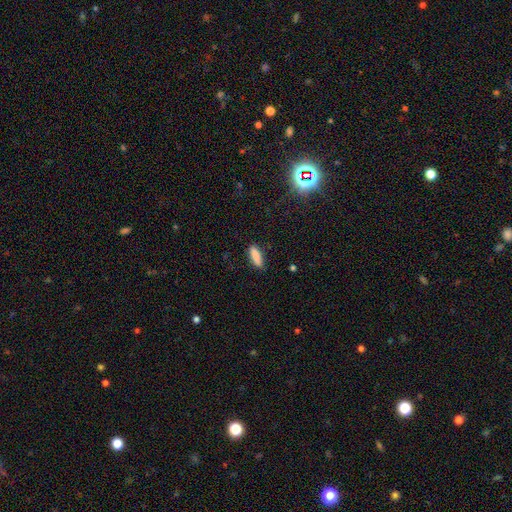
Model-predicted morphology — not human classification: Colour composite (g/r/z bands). It shows a smooth galaxy with no disk features (85%) that is cigar-shaped (51%). Merging: none (80%).